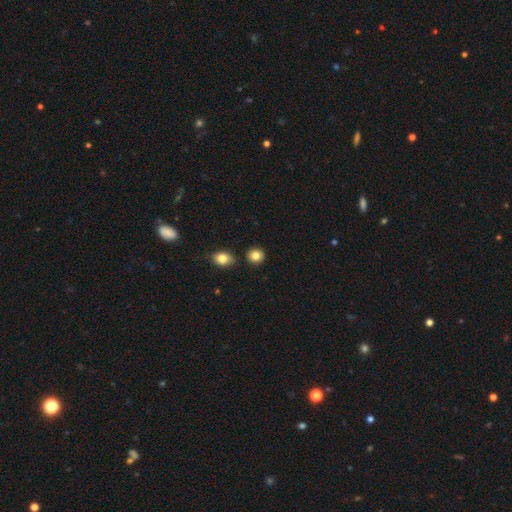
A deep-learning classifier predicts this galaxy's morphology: Smooth or featured? Predicted: smooth (p=0.84). How rounded? Predicted: round (p=0.85). Merging? Predicted: none (p=0.86).